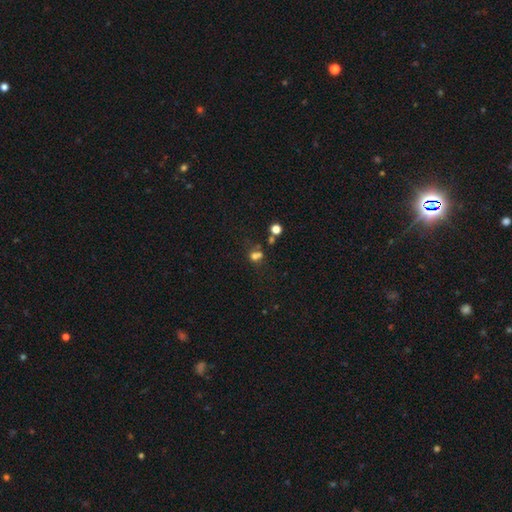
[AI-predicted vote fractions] Overall: smooth (62%; star or artifact 24%). How rounded: round (57%; in between 41%). Merging: none (43%; merger 33%).